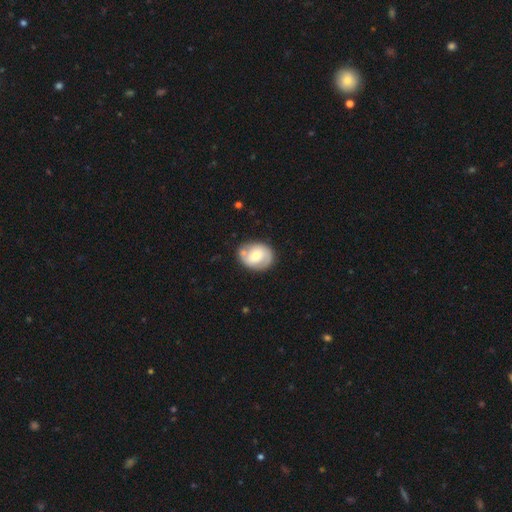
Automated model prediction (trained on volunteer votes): Morphology: type=featured or disk (48%); merging=none (69%).